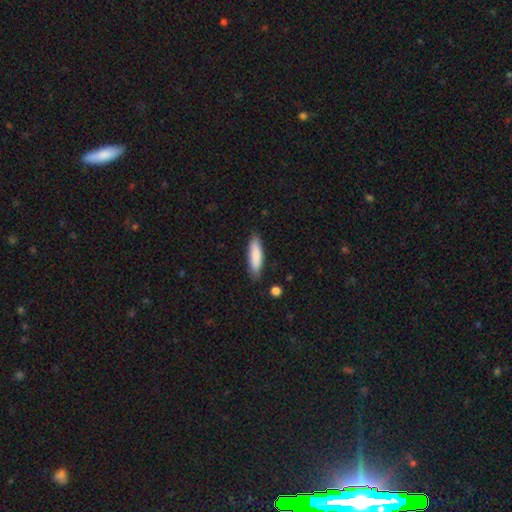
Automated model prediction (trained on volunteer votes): Smooth or featured? smooth (82%)
How rounded? cigar-shaped (63%)
Merging? none (85%)